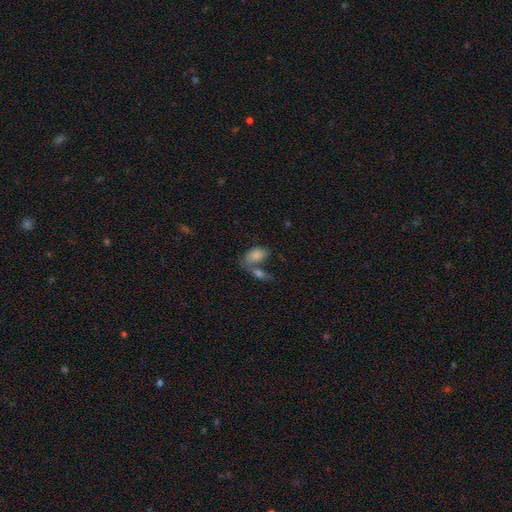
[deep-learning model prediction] The model was most divided on "merging": merger: 50%, none: 29%, minor disturbance: 12%, major disturbance: 8%. More confident: how rounded — in between (90%); smooth or featured — smooth (80%).